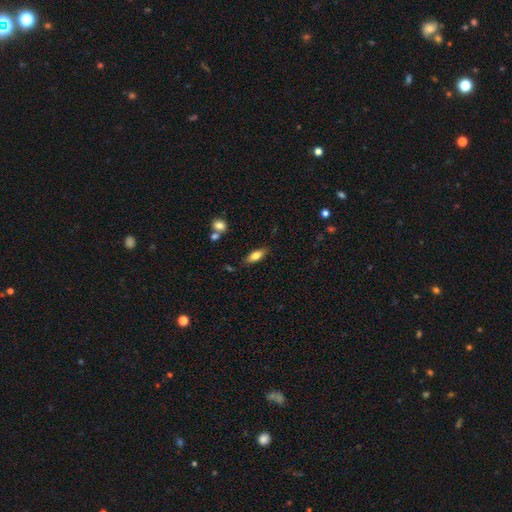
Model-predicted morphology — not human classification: A smooth galaxy with no disk features (76%) that is in between round and cigar-shaped (79%).

Vote fractions:
- Smooth or featured? smooth: 76% / featured or disk: 17% / star or artifact: 7%
- How rounded? in between: 79% / cigar-shaped: 19% / round: 3%
- Merging? none: 81% / minor disturbance: 13% / merger: 3% / major disturbance: 3%